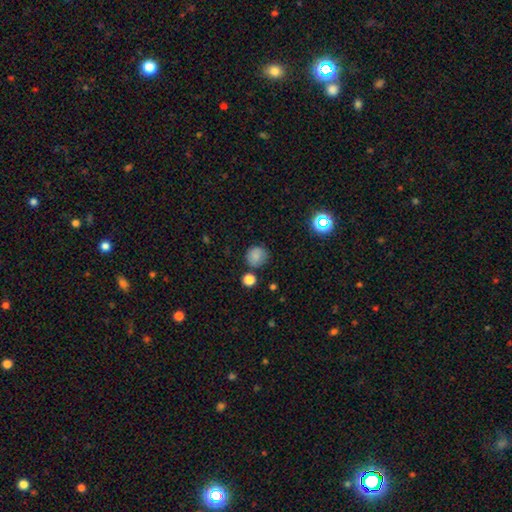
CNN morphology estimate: type=smooth (82%); roundness=round (90%); merging=none (78%).